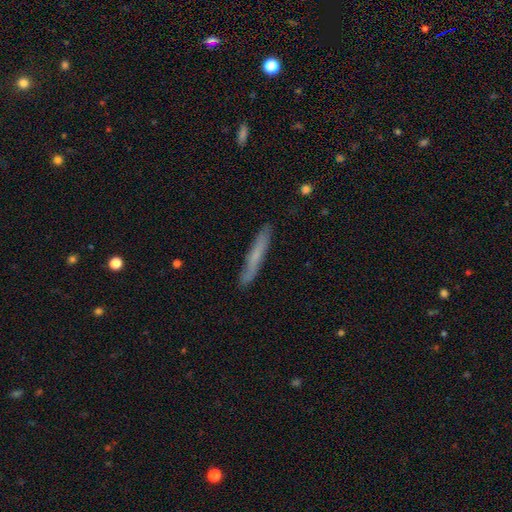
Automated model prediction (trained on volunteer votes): Morphology: type=smooth (56%); roundness=cigar-shaped (95%); merging=none (86%).